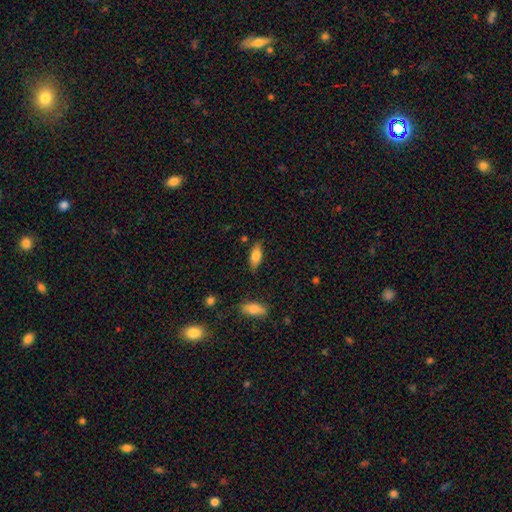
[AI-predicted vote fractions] Overall: smooth (74%). How rounded: in between (79%). Merging: none (81%).